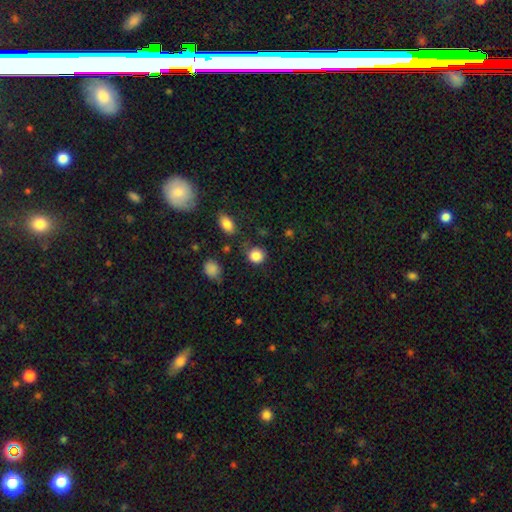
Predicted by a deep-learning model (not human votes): smooth 86%, star or artifact 10%, featured or disk 5%. Down the decision tree: how rounded — round (85%); merging — none (72%).